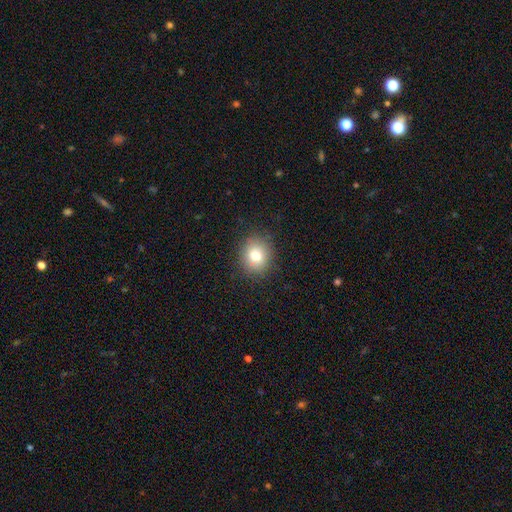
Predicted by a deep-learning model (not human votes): Smooth or featured: smooth — 76% (star or artifact — 12%)
How rounded: round — 79% (in between — 20%)
Merging: none — 87% (minor disturbance — 9%)